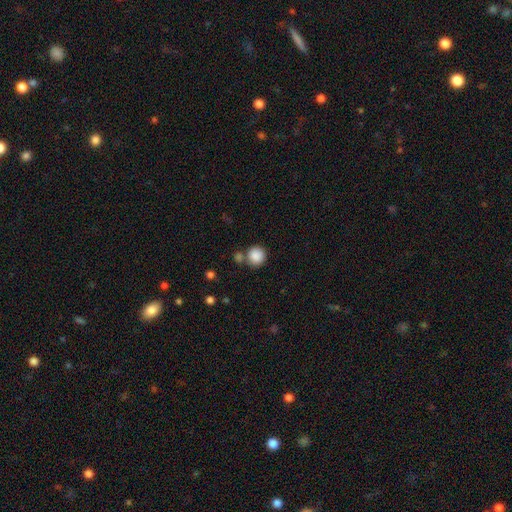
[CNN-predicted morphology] Q: Smooth or featured?
A: smooth (87%); runner-up: star or artifact (8%)
Q: How rounded?
A: round (91%); runner-up: in between (8%)
Q: Merging?
A: none (66%); runner-up: merger (20%)